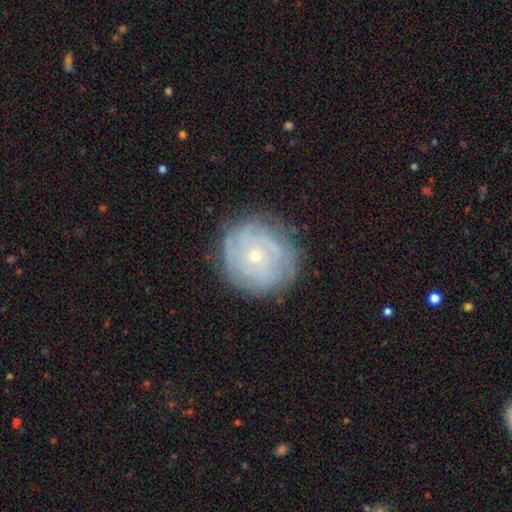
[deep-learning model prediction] Q: Smooth or featured?
A: featured or disk (67%); runner-up: smooth (25%)
Q: Edge-on disk?
A: no (97%); runner-up: yes (3%)
Q: Bar?
A: no (83%); runner-up: weak (14%)
Q: Spiral arms?
A: yes (78%); runner-up: no (22%)
Q: Spiral winding?
A: tight (74%); runner-up: medium (19%)
Q: Spiral arm count?
A: can't tell (55%); runner-up: 2 (13%)
Q: Bulge size?
A: small (73%); runner-up: moderate (24%)
Q: Merging?
A: none (79%); runner-up: minor disturbance (15%)